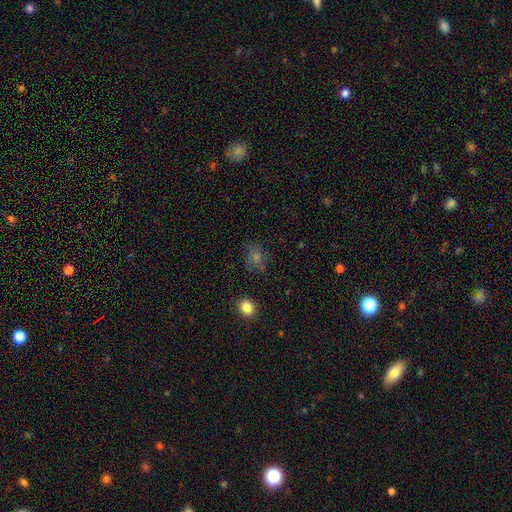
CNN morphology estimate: type=smooth (48%); merging=none (72%).